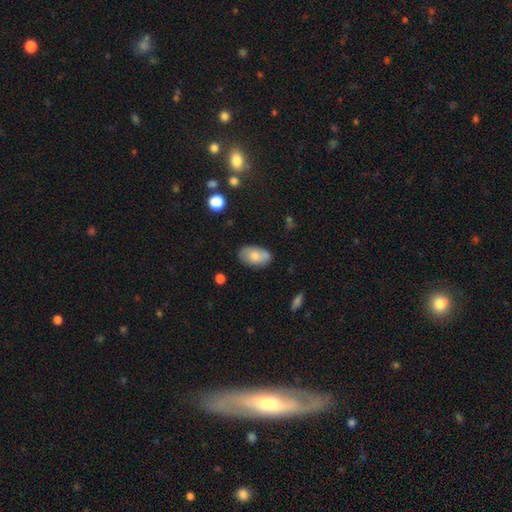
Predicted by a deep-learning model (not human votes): Smooth or featured? smooth (73%)
How rounded? in between (92%)
Merging? none (72%)